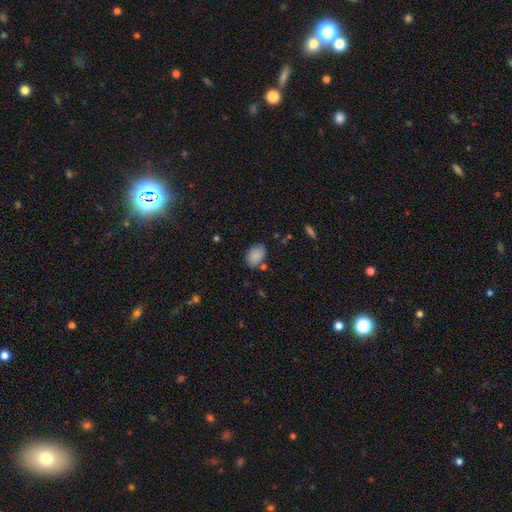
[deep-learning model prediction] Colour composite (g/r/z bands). It shows a smooth galaxy with no disk features (87%) that is in between round and cigar-shaped (86%). Merging: none (76%).